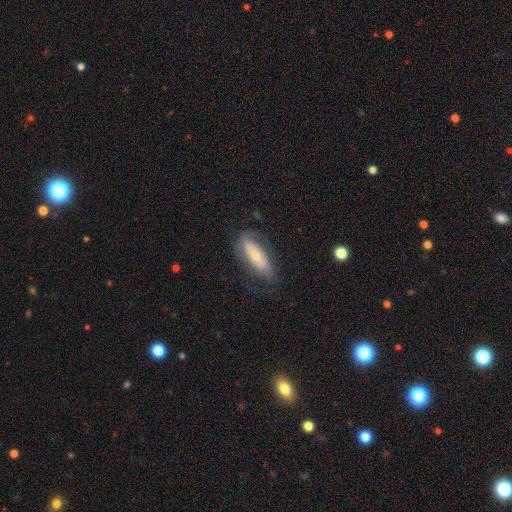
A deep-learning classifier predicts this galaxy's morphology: The model was most divided on "smooth or featured": smooth: 51%, featured or disk: 41%, star or artifact: 7%. More confident: merging — none (69%); how rounded — in between (57%).